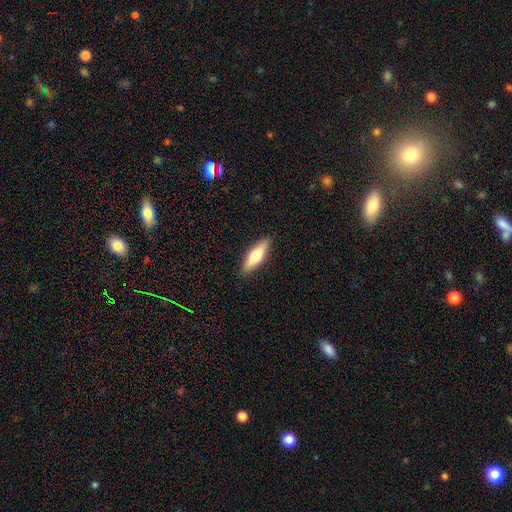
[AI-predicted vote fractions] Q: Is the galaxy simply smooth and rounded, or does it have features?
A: smooth — 65%.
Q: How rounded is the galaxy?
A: cigar-shaped — 54%.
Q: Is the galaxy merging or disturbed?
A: none — 90%.